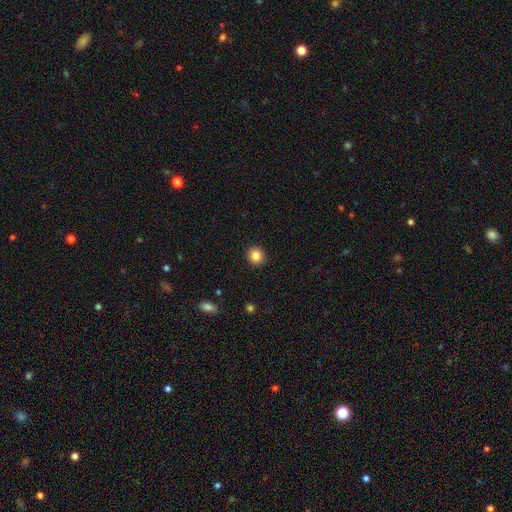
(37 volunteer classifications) Smooth or featured?
  - smooth: 86% *
  - featured or disk: 11%
  - star or artifact: 3%
How rounded?
  - round: 78% *
  - in between: 22%
  - cigar-shaped: 0%
Merging?
  - none: 94% *
  - minor disturbance: 6%
  - major disturbance: 0%
  - merger: 0%